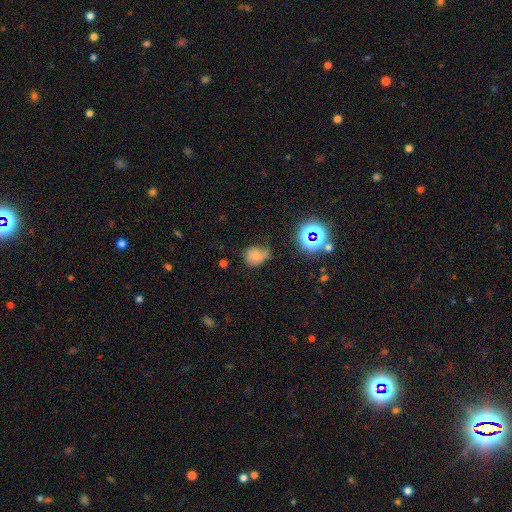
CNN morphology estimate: type=smooth (66%); roundness=round (60%); merging=none (46%).